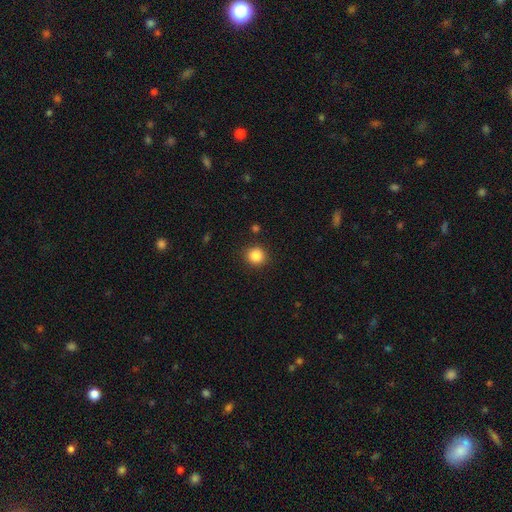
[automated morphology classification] Overall: smooth (86%). How rounded: round (92%). Merging: none (89%).